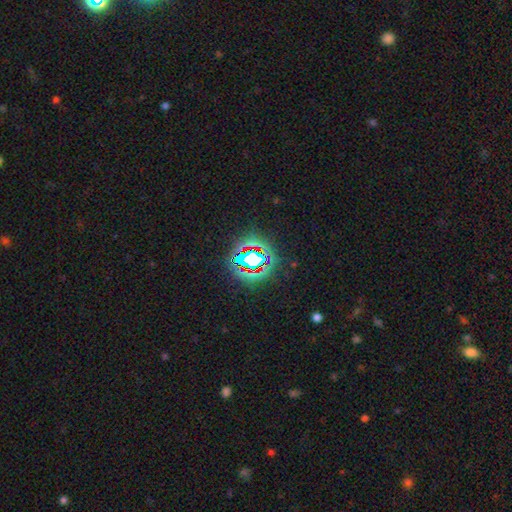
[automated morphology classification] smooth_or_featured: star or artifact (p=0.72) [alt: smooth p=0.17]